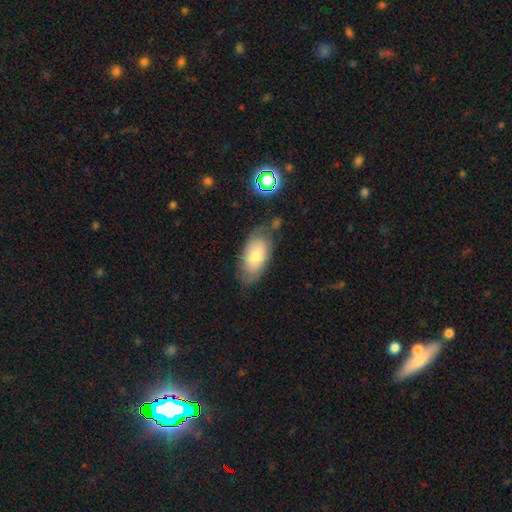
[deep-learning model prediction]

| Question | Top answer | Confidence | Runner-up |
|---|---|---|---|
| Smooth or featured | smooth | 69% | featured or disk (24%) |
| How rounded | in between | 93% | cigar-shaped (4%) |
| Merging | none | 62% | minor disturbance (25%) |